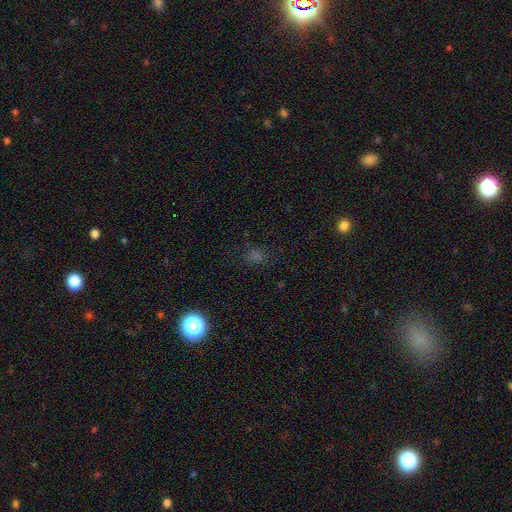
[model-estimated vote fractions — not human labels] Smooth or featured? Predicted: smooth (p=0.55). How rounded? Predicted: round (p=0.71). Merging? Predicted: none (p=0.82).